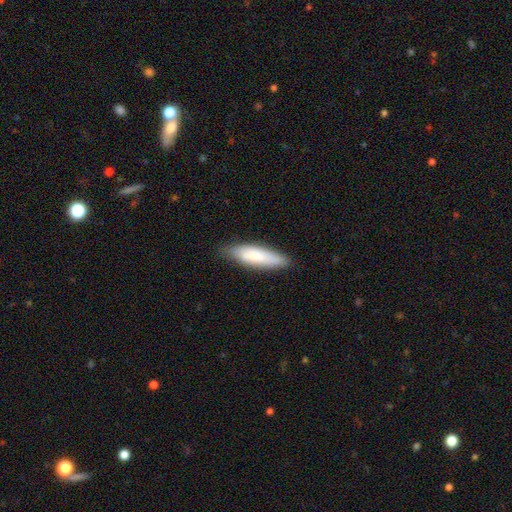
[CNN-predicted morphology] Overall: smooth (79%). How rounded: cigar-shaped (66%; in between 32%). Merging: none (81%).